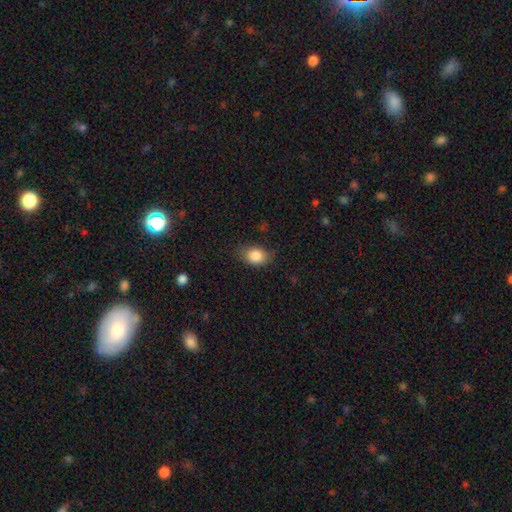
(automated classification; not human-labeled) Morphology: type=smooth (85%); roundness=in between (67%); merging=none (74%).